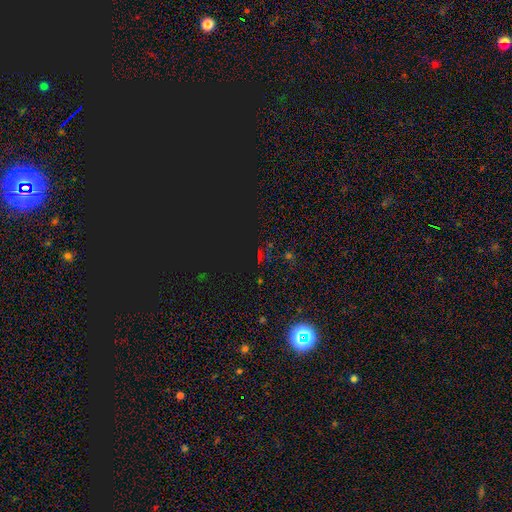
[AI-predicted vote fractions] The model was most divided on "smooth or featured": star or artifact: 78%, smooth: 14%, featured or disk: 8%.